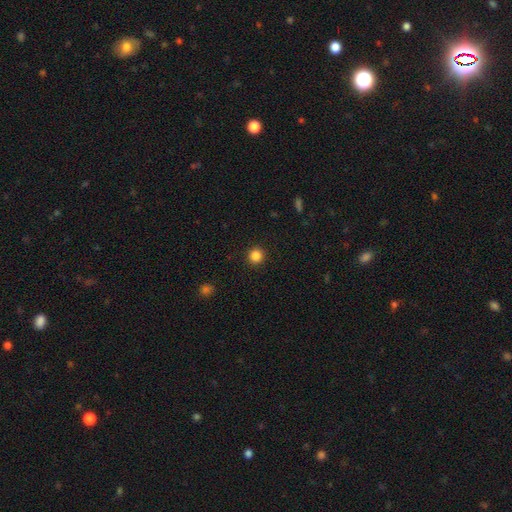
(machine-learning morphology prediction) The model was most divided on "smooth or featured": smooth: 85%, star or artifact: 11%, featured or disk: 3%. More confident: how rounded — round (95%); merging — none (93%).